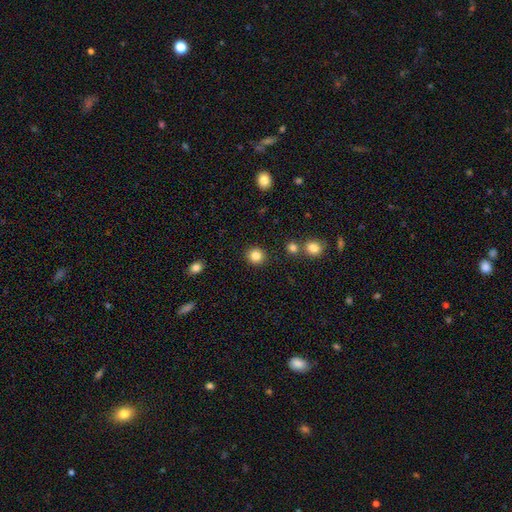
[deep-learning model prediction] Smooth or featured? Predicted: smooth (p=0.84). How rounded? Predicted: round (p=0.90). Merging? Predicted: none (p=0.90).